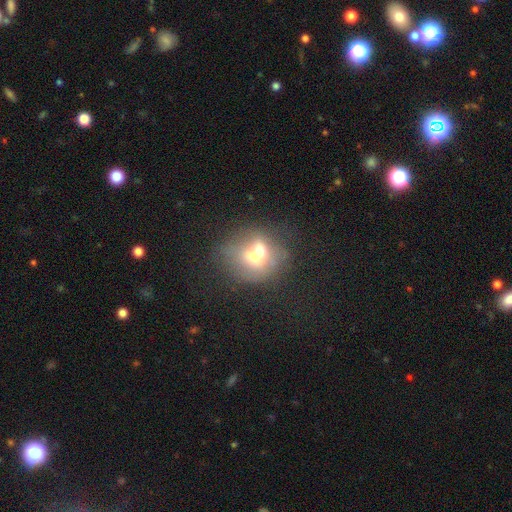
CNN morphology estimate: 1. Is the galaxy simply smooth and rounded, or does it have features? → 55% smooth, 33% featured or disk, 12% star or artifact.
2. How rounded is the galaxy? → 69% round, 29% in between, 1% cigar-shaped.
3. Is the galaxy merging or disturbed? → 57% merger, 25% none, 10% minor disturbance, 8% major disturbance.